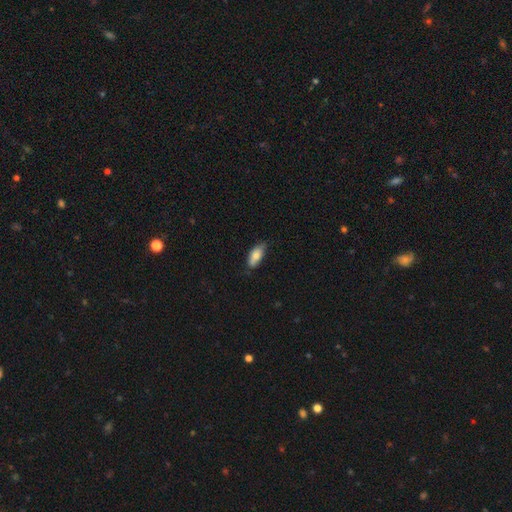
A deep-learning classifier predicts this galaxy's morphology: This appears to be a smooth galaxy with no disk features (80%) that is in between round and cigar-shaped (84%). Merging: none (69%).